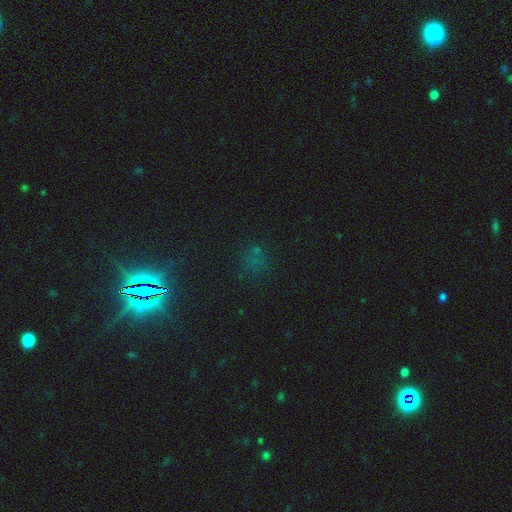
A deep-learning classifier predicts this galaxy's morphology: smooth_or_featured: star or artifact (p=0.65) [alt: smooth p=0.26]